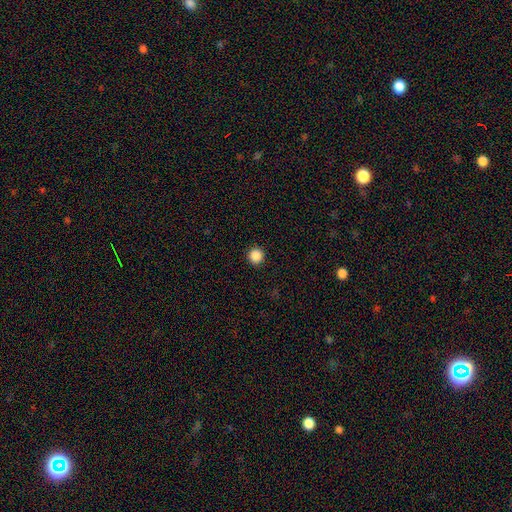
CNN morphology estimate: This is clearly a smooth galaxy (87%). How rounded: clearly round (95%). Merging: clearly none (93%).